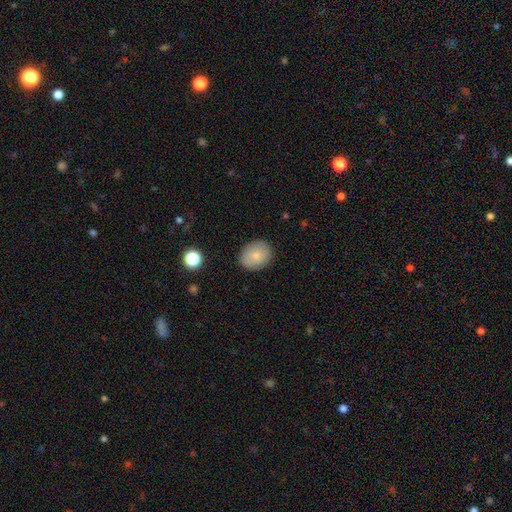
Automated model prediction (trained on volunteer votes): Morphology: type=smooth (78%); roundness=round (52%); merging=none (85%).